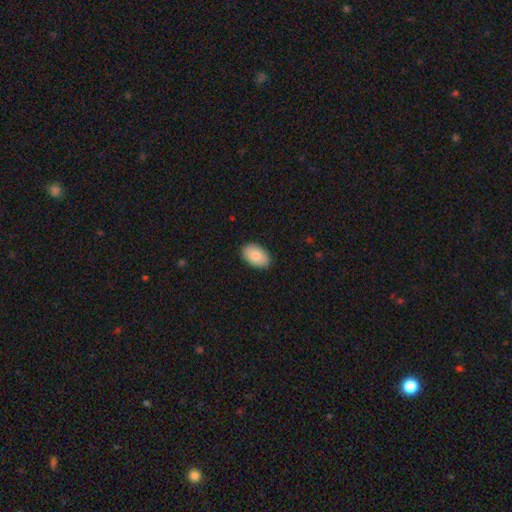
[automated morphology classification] A smooth galaxy with no disk features (86%) that is in between round and cigar-shaped (93%).

Vote fractions:
- Smooth or featured? smooth: 86% / featured or disk: 8% / star or artifact: 6%
- How rounded? in between: 93% / round: 6% / cigar-shaped: 1%
- Merging? none: 89% / minor disturbance: 8% / major disturbance: 2% / merger: 1%